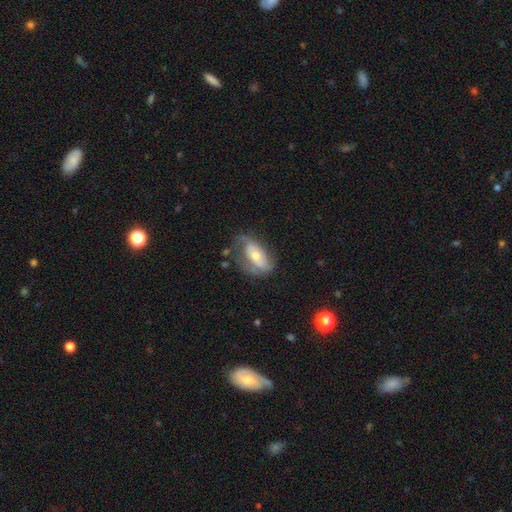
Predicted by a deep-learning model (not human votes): featured or disk 56%, smooth 37%, star or artifact 7%. Down the decision tree: edge-on disk — no (88%); merging — none (49%).